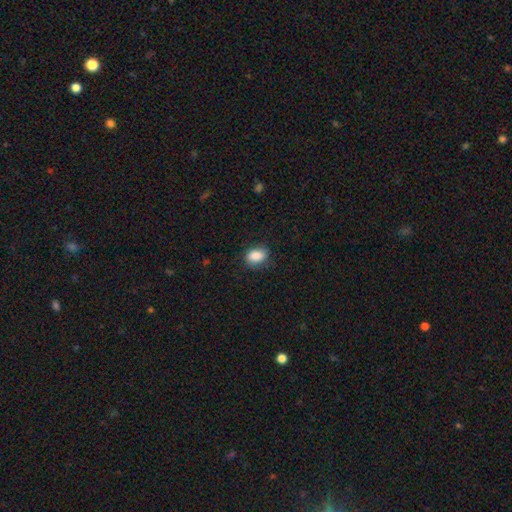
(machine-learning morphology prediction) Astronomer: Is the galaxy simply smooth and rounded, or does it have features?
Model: smooth — 86%.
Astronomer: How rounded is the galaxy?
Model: in between — 77%.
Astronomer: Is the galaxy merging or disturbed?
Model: none — 76%.